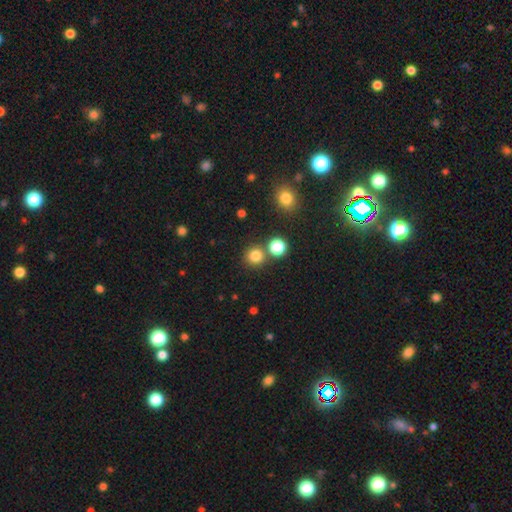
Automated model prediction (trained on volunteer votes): smooth_or_featured: smooth (p=0.80) [alt: star or artifact p=0.15]
how_rounded: round (p=0.92) [alt: in between p=0.07]
merging: none (p=0.76) [alt: merger p=0.14]